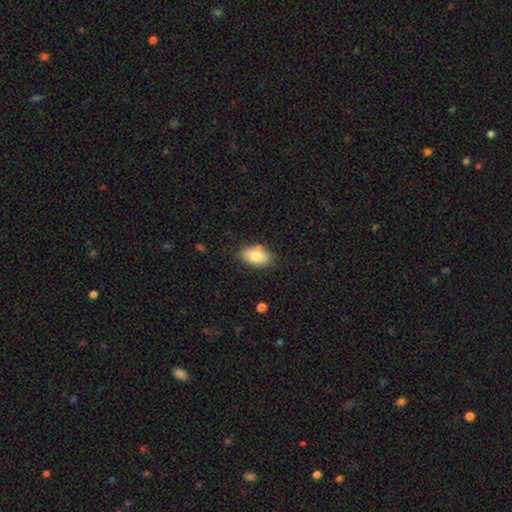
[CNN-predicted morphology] smooth 79%, featured or disk 14%, star or artifact 7%. Down the decision tree: how rounded — in between (90%); merging — none (78%).